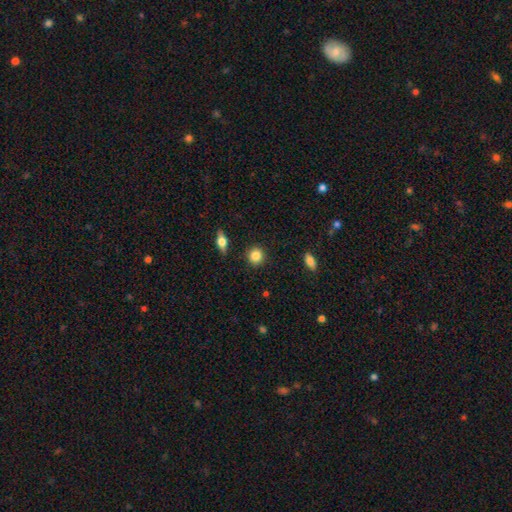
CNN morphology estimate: Smooth or featured?
  - smooth: 85% *
  - star or artifact: 9%
  - featured or disk: 7%
How rounded?
  - round: 89% *
  - in between: 10%
  - cigar-shaped: 1%
Merging?
  - none: 91% *
  - minor disturbance: 5%
  - major disturbance: 2%
  - merger: 2%